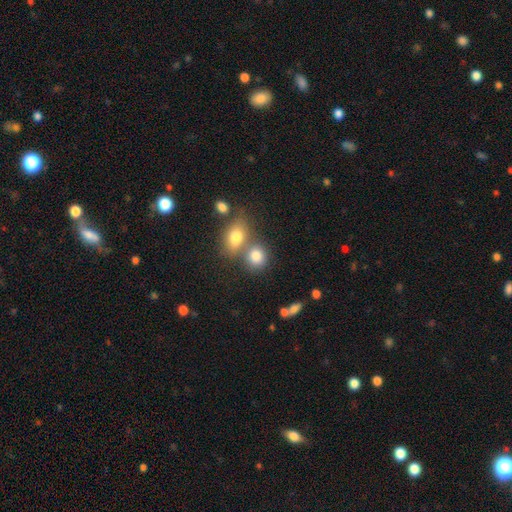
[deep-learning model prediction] This appears to be a smooth galaxy with no disk features (81%) that is round (61%). Merging: none (47%).